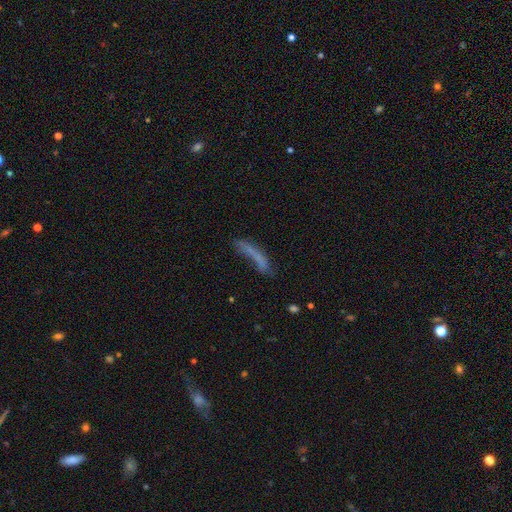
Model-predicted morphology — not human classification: A smooth galaxy with no disk features (60%) that is cigar-shaped (86%).

Vote fractions:
- Smooth or featured? smooth: 60% / featured or disk: 29% / star or artifact: 11%
- How rounded? cigar-shaped: 86% / in between: 12% / round: 2%
- Merging? none: 45% / minor disturbance: 25% / major disturbance: 23% / merger: 7%